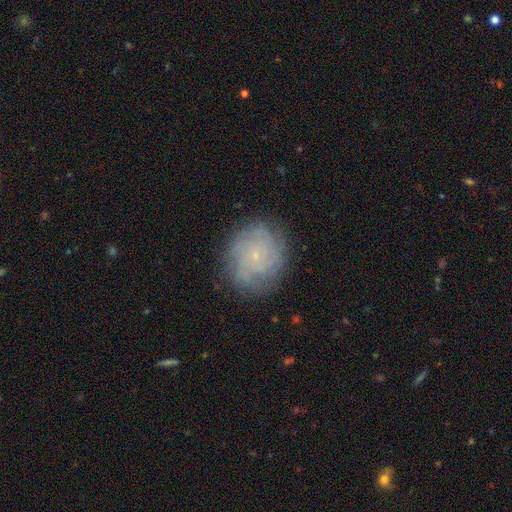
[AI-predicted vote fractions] smooth-or-featured: featured or disk: 60% | smooth: 30% | star or artifact: 10%
  disk-edge-on: no: 97% | yes: 3%
    bar: no: 85% | weak: 13% | strong: 2%
    has-spiral-arms: yes: 85% | no: 15%
    bulge-size: small: 87% | moderate: 8% | none: 4% | large: 1% | dominant: 1%
  merging: none: 80% | minor disturbance: 14% | major disturbance: 5% | merger: 1%